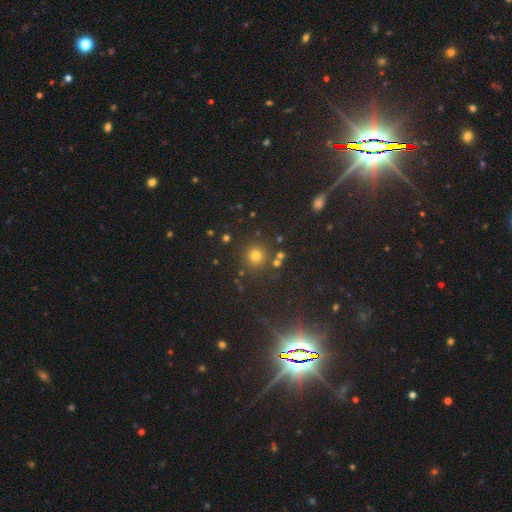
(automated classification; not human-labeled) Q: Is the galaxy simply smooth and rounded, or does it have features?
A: smooth — 65%.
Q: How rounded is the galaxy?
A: round — 93%.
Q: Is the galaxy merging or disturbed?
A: none — 84%.